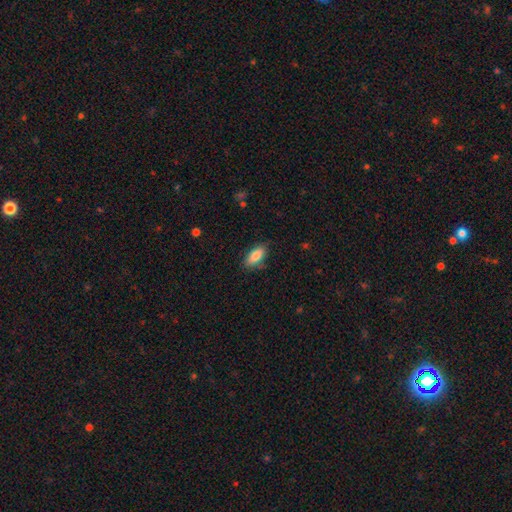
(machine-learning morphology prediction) smooth-or-featured: smooth: 85% | featured or disk: 8% | star or artifact: 7%
  how-rounded: in between: 85% | cigar-shaped: 12% | round: 2%
  merging: none: 83% | minor disturbance: 13% | major disturbance: 3% | merger: 1%